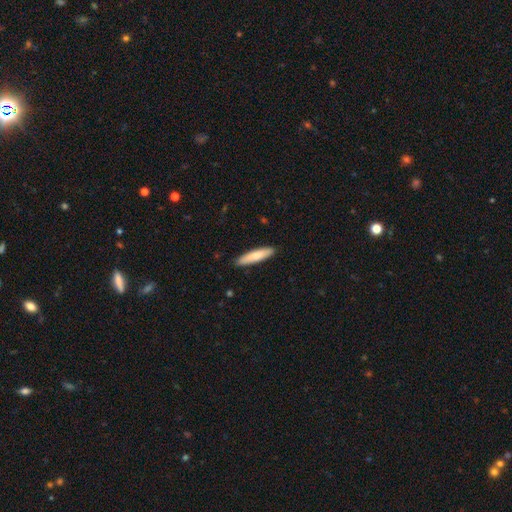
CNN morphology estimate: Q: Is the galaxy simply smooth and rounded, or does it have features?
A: smooth — 79%.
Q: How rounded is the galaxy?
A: cigar-shaped — 82%.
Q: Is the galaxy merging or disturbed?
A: none — 89%.